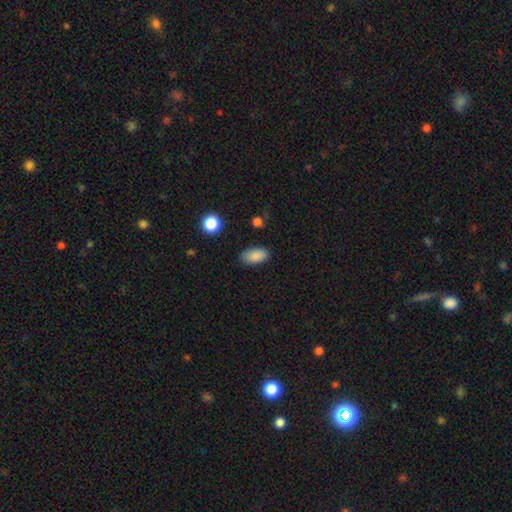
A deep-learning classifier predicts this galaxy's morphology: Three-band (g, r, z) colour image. It shows a smooth galaxy with no disk features (87%) that is in between round and cigar-shaped (91%). Merging: none (83%).